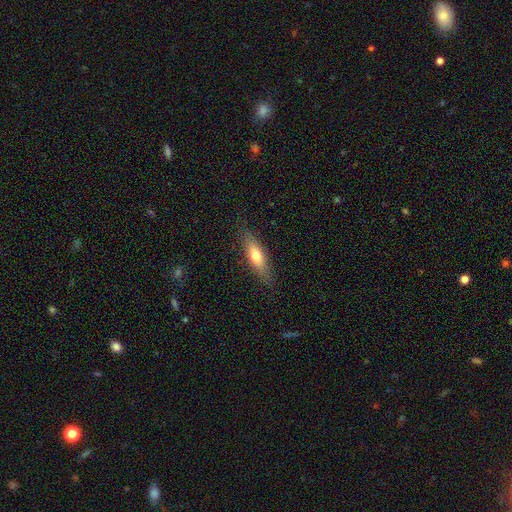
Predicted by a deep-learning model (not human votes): The model was most divided on "how rounded": cigar-shaped: 56%, in between: 41%, round: 2%. More confident: merging — none (83%); smooth or featured — smooth (67%).